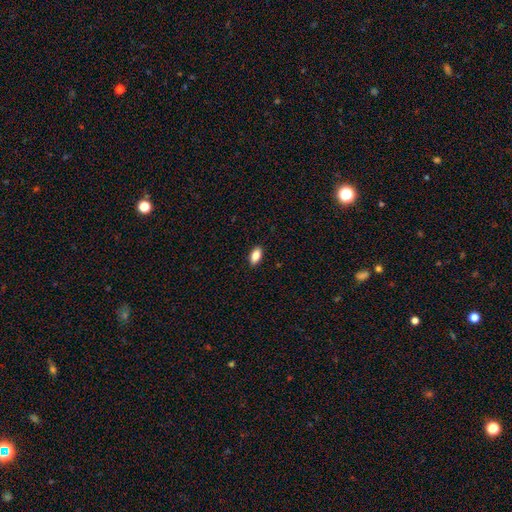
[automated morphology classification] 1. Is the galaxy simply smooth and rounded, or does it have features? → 87% smooth, 7% star or artifact, 5% featured or disk.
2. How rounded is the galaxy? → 91% in between, 5% cigar-shaped, 4% round.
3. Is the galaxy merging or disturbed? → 90% none, 7% minor disturbance, 2% major disturbance, 1% merger.